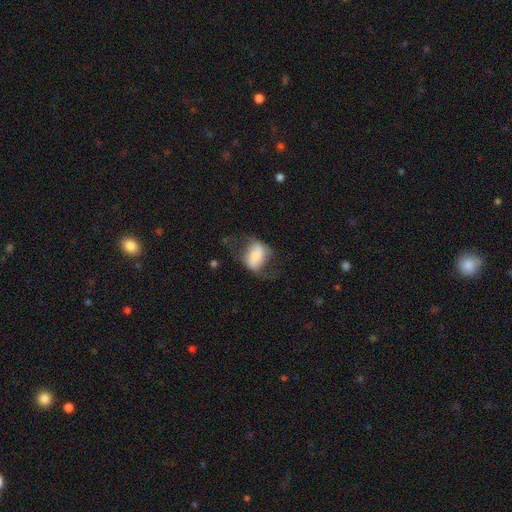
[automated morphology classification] Smooth or featured?
  - smooth: 49% *
  - featured or disk: 42%
  - star or artifact: 8%
Merging?
  - none: 44% *
  - major disturbance: 29%
  - minor disturbance: 25%
  - merger: 2%